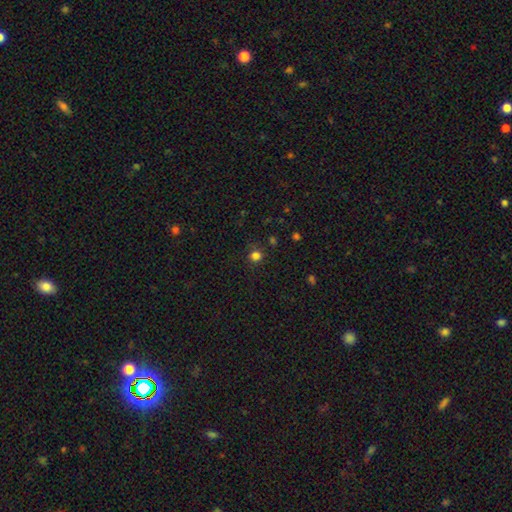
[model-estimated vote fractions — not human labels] smooth 78%, star or artifact 17%, featured or disk 4%. Down the decision tree: how rounded — round (86%); merging — none (80%).